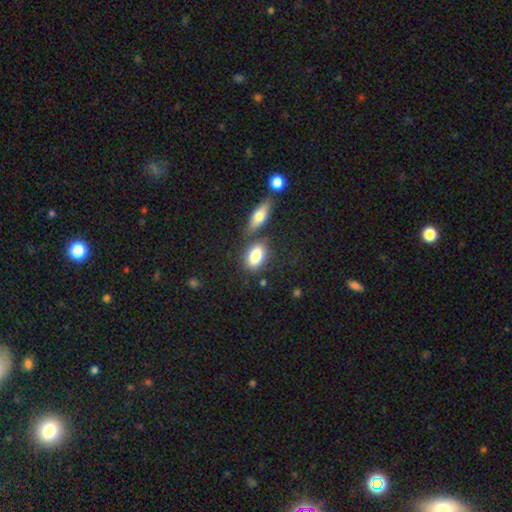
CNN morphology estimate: smooth-or-featured: smooth: 82% | featured or disk: 11% | star or artifact: 7%
  how-rounded: in between: 86% | round: 11% | cigar-shaped: 3%
  merging: none: 63% | merger: 20% | minor disturbance: 13% | major disturbance: 4%